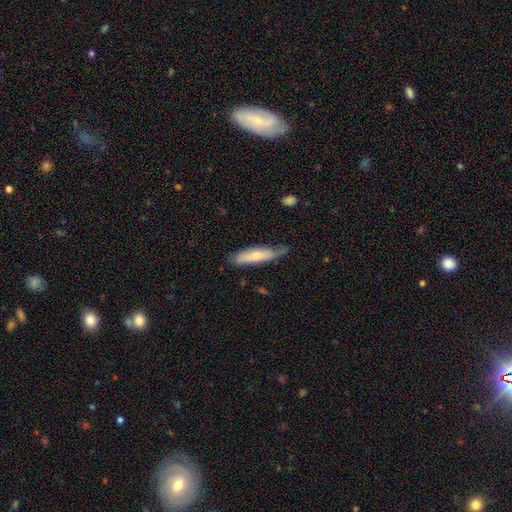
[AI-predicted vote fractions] Smooth or featured? smooth (61%)
How rounded? cigar-shaped (74%)
Merging? none (64%)